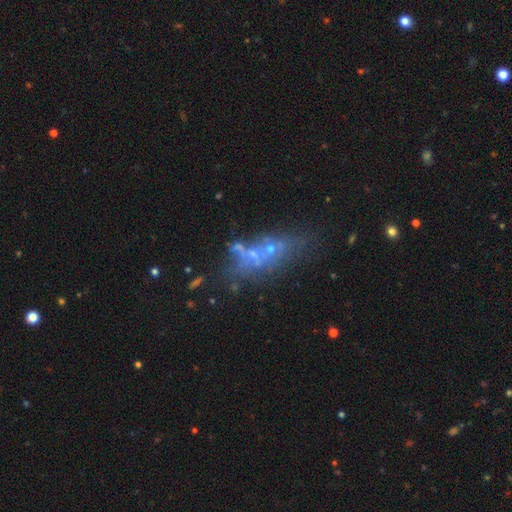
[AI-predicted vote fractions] Overall: featured or disk (49%; star or artifact 26%). Merging: none (38%; merger 28%).